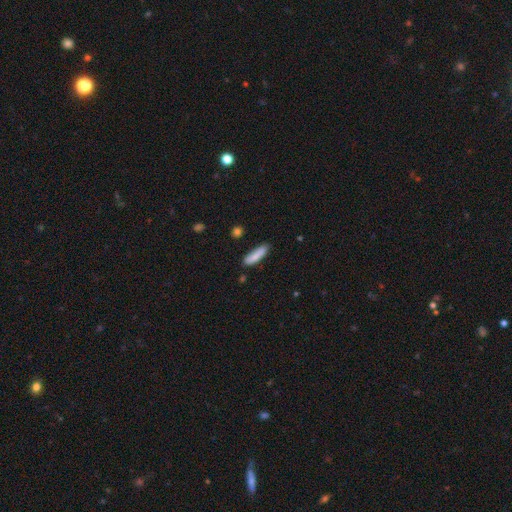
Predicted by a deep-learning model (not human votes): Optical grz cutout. It shows a smooth galaxy with no disk features (82%) that is cigar-shaped (73%). Merging: none (79%).